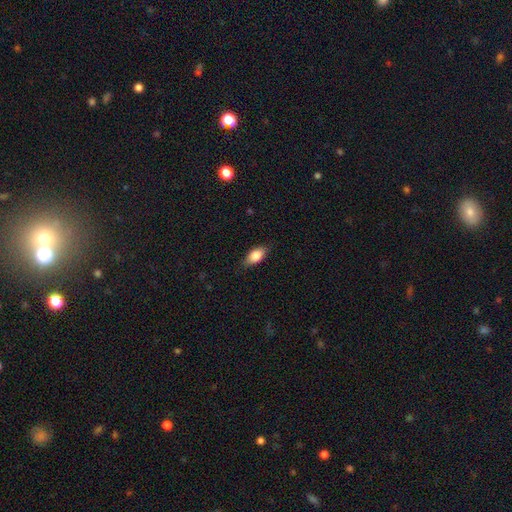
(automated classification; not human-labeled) smooth 81%, featured or disk 13%, star or artifact 7%. Down the decision tree: how rounded — in between (87%); merging — none (82%).